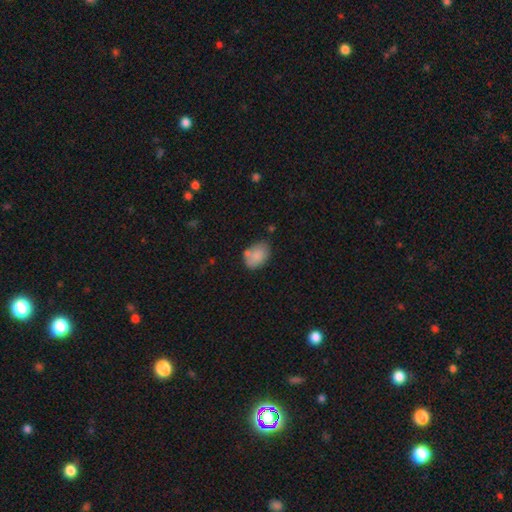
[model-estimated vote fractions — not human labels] Morphology: type=smooth (83%); roundness=in between (83%); merging=none (62%).